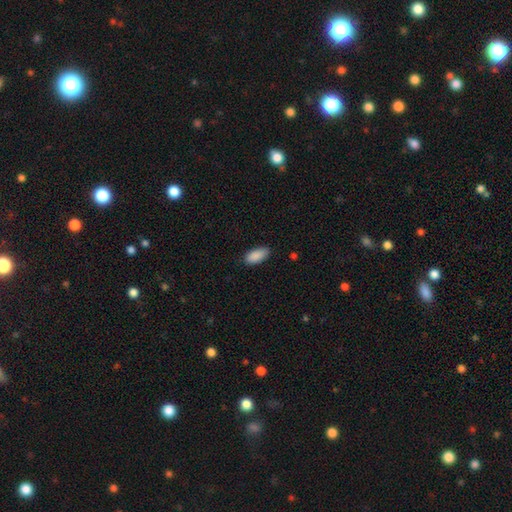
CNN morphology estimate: smooth-or-featured: smooth: 90% | star or artifact: 6% | featured or disk: 4%
  how-rounded: in between: 89% | cigar-shaped: 9% | round: 2%
  merging: none: 83% | minor disturbance: 14% | major disturbance: 2% | merger: 1%